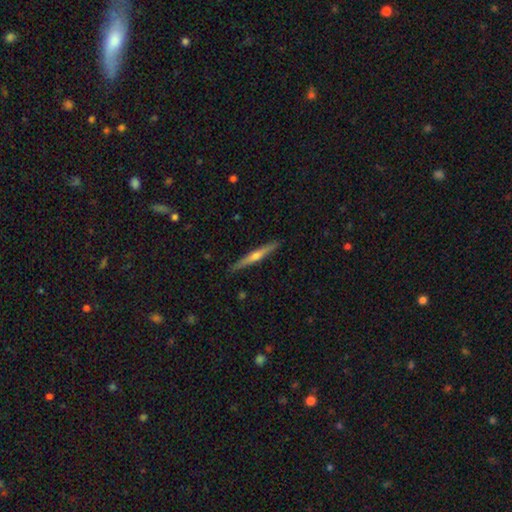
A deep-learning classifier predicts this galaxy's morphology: smooth_or_featured: featured or disk (p=0.70) [alt: smooth p=0.24]
disk_edge_on: yes (p=0.98) [alt: no p=0.02]
edge_on_bulge: rounded (p=0.85) [alt: none p=0.11]
merging: none (p=0.91) [alt: minor disturbance p=0.07]